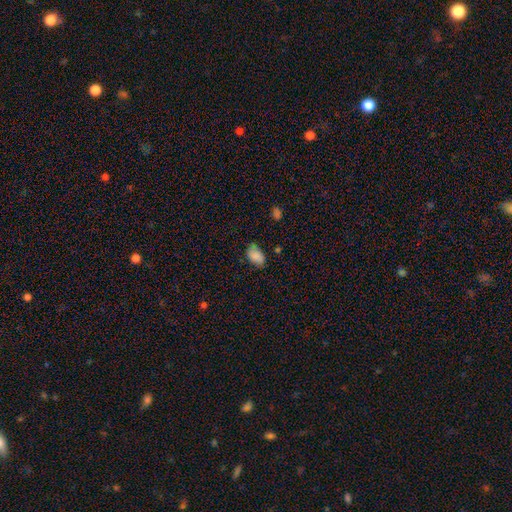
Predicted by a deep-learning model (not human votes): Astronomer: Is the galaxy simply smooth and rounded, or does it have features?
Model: smooth — 86%.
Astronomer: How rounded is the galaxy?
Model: in between — 90%.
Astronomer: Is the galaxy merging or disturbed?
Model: none — 65%.